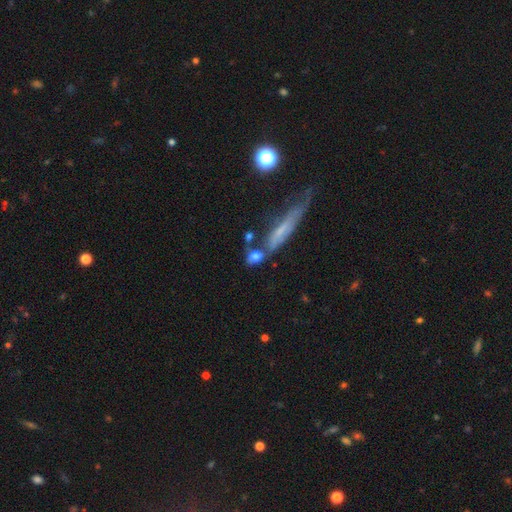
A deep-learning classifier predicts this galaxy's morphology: smooth_or_featured: smooth (p=0.71) [alt: featured or disk p=0.20]
how_rounded: in between (p=0.58) [alt: cigar-shaped p=0.21]
merging: none (p=0.46) [alt: merger p=0.27]